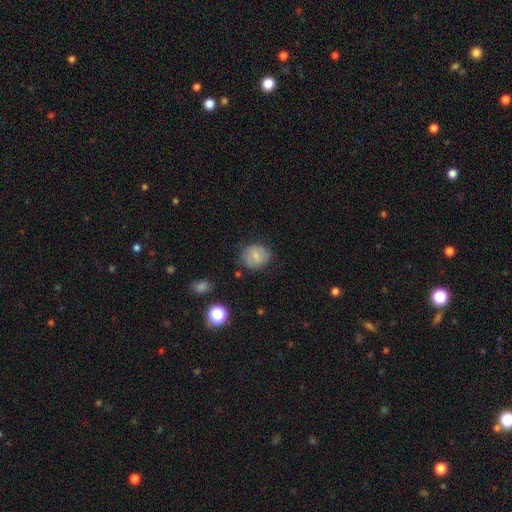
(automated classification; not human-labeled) Smooth or featured?
  - smooth: 70% *
  - featured or disk: 21%
  - star or artifact: 9%
How rounded?
  - round: 68% *
  - in between: 31%
  - cigar-shaped: 1%
Merging?
  - none: 72% *
  - minor disturbance: 21%
  - major disturbance: 5%
  - merger: 2%